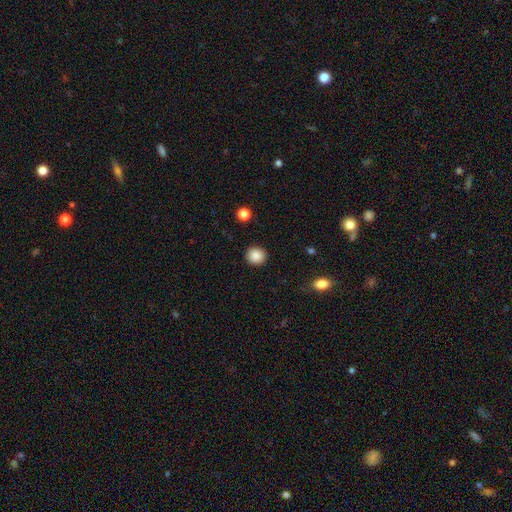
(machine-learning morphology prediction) This appears to be a smooth galaxy with no disk features (88%) that is round (90%). Merging: none (91%).